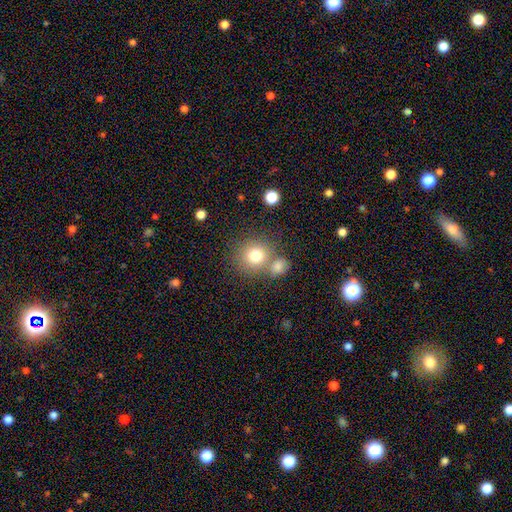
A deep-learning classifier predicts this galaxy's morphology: smooth-or-featured: smooth: 78% | star or artifact: 11% | featured or disk: 11%
  how-rounded: round: 86% | in between: 13% | cigar-shaped: 1%
  merging: none: 59% | merger: 28% | minor disturbance: 9% | major disturbance: 4%